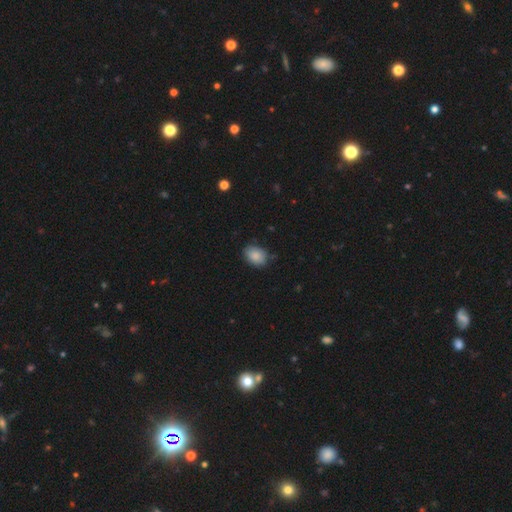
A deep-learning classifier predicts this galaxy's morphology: smooth_or_featured: smooth (p=0.85) [alt: star or artifact p=0.07]
how_rounded: in between (p=0.72) [alt: round p=0.27]
merging: none (p=0.79) [alt: minor disturbance p=0.17]